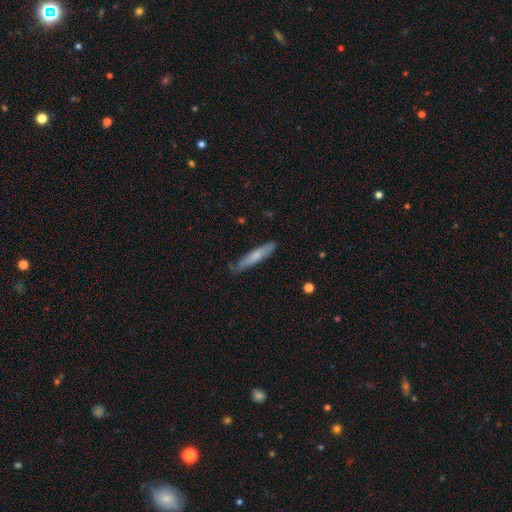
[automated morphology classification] Smooth or featured? smooth (66%)
How rounded? cigar-shaped (92%)
Merging? none (81%)